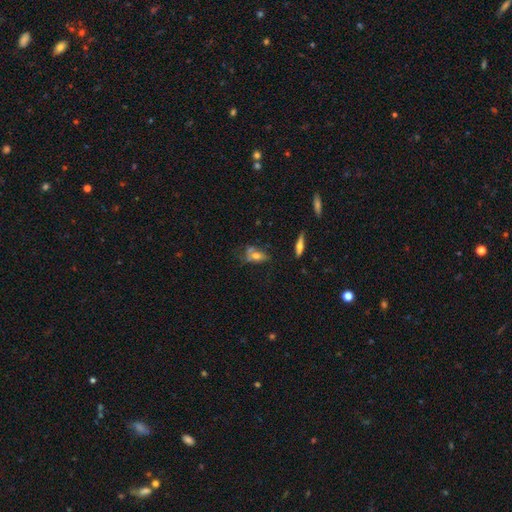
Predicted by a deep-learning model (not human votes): smooth_or_featured: smooth (p=0.56) [alt: featured or disk p=0.32]
how_rounded: in between (p=0.81) [alt: round p=0.10]
merging: none (p=0.37) [alt: minor disturbance p=0.25]